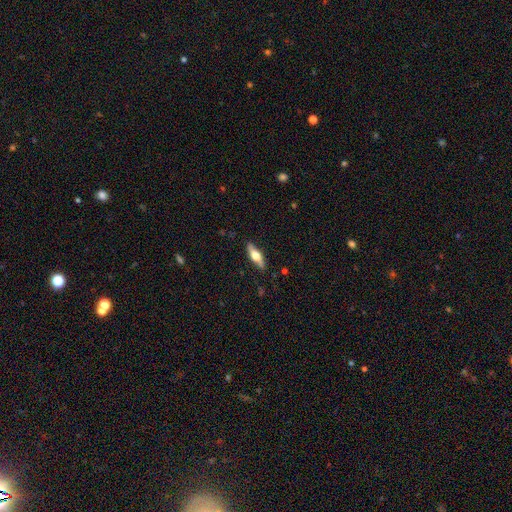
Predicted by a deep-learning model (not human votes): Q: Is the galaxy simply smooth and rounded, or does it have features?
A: featured or disk — 54%.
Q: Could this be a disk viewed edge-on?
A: yes — 90%.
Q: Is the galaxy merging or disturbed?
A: none — 87%.